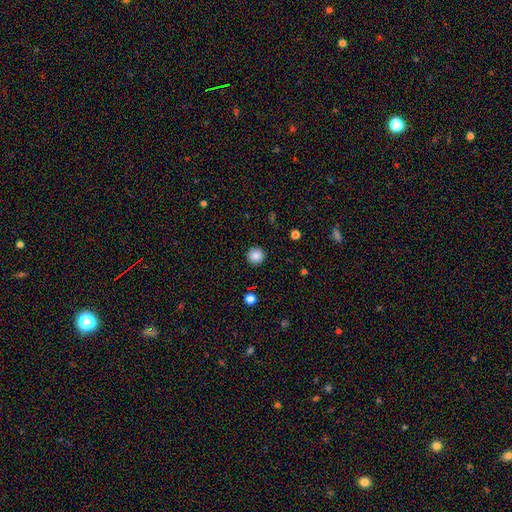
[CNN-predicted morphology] This appears to be a smooth galaxy with no disk features (86%) that is round (96%). Merging: none (93%).